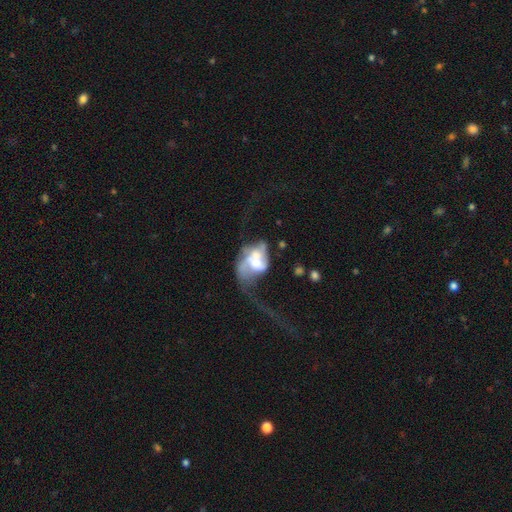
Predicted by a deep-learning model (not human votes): The model was most divided on "merging": merger: 44%, major disturbance: 39%, none: 10%, minor disturbance: 7%. Remaining: edge-on disk — no (97%); bar — no (67%); smooth or featured — featured or disk (63%); spiral arms — yes (53%); bulge size — moderate (47%).